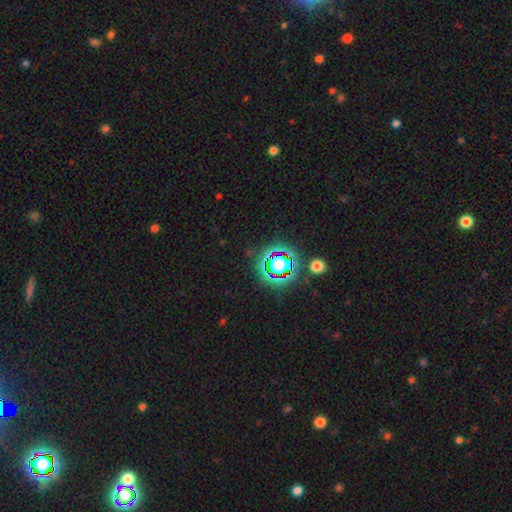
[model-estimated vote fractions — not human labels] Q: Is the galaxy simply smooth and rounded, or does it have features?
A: star or artifact — 80%.